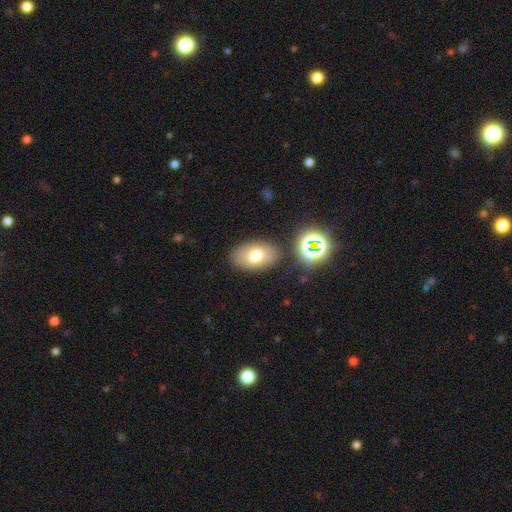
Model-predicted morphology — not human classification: Smooth or featured? Predicted: smooth (p=0.72). How rounded? Predicted: in between (p=0.89). Merging? Predicted: none (p=0.82).